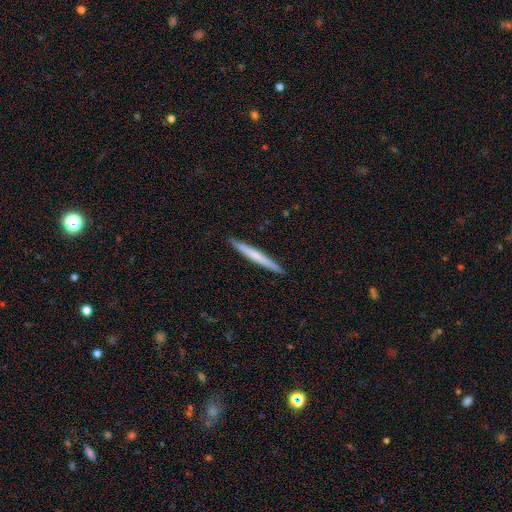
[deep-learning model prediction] A smooth galaxy with no disk features (57%) that is cigar-shaped (97%). Merging: none (92%).